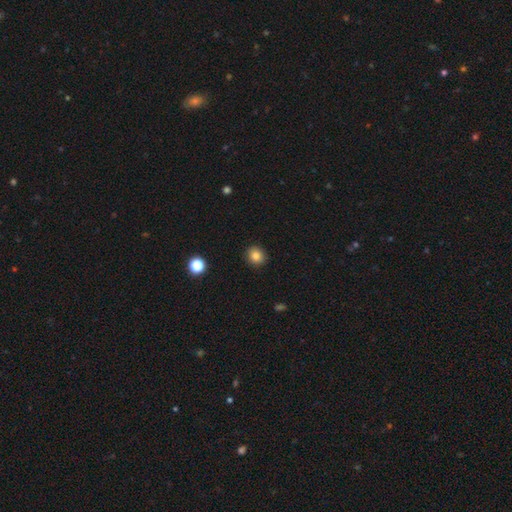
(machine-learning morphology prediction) The model was most divided on "how rounded": round: 81%, in between: 18%, cigar-shaped: 1%. More confident: merging — none (91%); smooth or featured — smooth (84%).